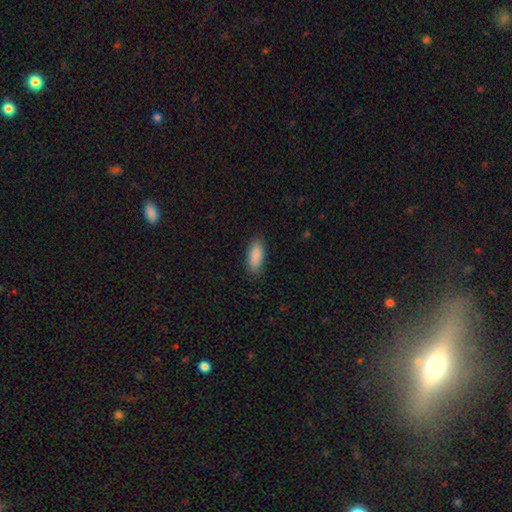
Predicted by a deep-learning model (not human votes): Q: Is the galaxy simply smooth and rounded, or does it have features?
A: smooth — 90%.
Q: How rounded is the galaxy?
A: in between — 80%.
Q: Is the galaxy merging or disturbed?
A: none — 86%.